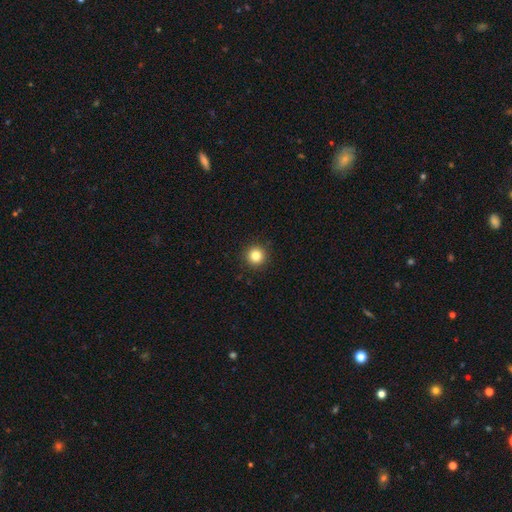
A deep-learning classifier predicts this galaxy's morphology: The model was most divided on "smooth or featured": smooth: 84%, star or artifact: 11%, featured or disk: 5%. More confident: how rounded — round (96%); merging — none (93%).